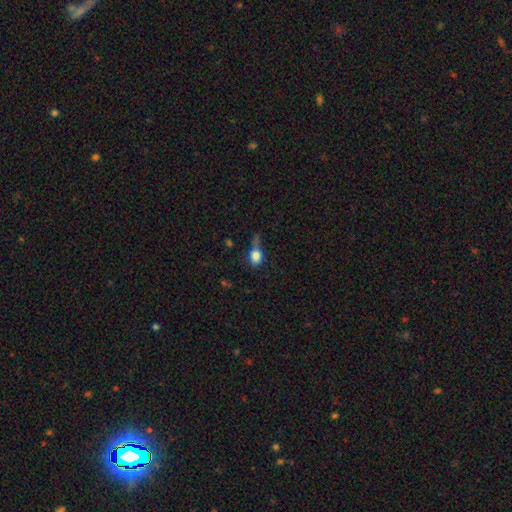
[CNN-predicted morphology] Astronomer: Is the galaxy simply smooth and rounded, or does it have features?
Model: smooth — 79%.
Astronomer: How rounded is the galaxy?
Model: in between — 63%.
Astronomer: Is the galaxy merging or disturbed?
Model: minor disturbance — 32% (runner-up: major disturbance, 30%).